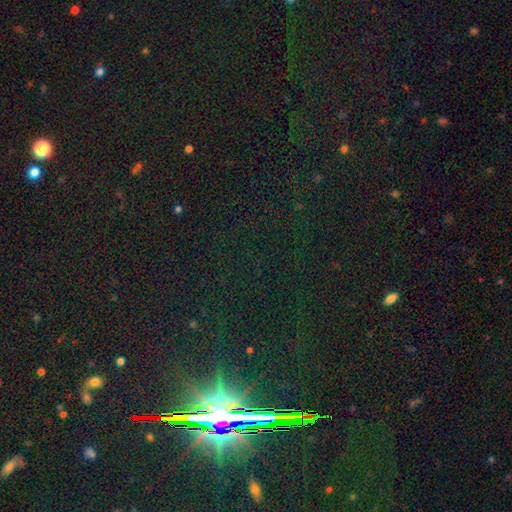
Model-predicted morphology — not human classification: A star or artifact, not a galaxy (84%).